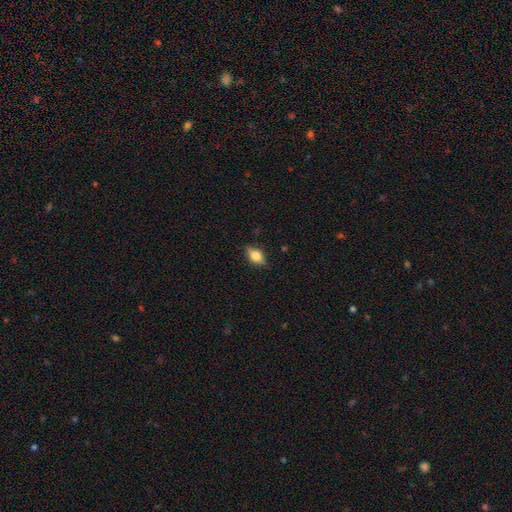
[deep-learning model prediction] A smooth galaxy with no disk features (62%) that is in between round and cigar-shaped (80%).

Vote fractions:
- Smooth or featured? smooth: 62% / featured or disk: 29% / star or artifact: 9%
- How rounded? in between: 80% / round: 12% / cigar-shaped: 8%
- Merging? none: 80% / minor disturbance: 16% / major disturbance: 3% / merger: 1%